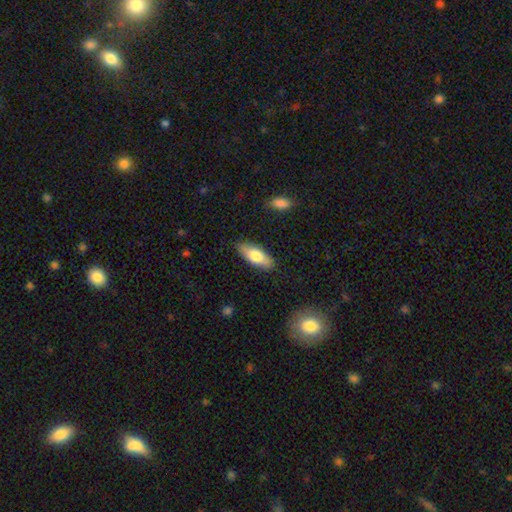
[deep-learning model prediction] A smooth galaxy with no disk features (74%) that is in between round and cigar-shaped (76%).

Vote fractions:
- Smooth or featured? smooth: 74% / featured or disk: 20% / star or artifact: 6%
- How rounded? in between: 76% / cigar-shaped: 22% / round: 2%
- Merging? none: 87% / minor disturbance: 10% / major disturbance: 2% / merger: 1%